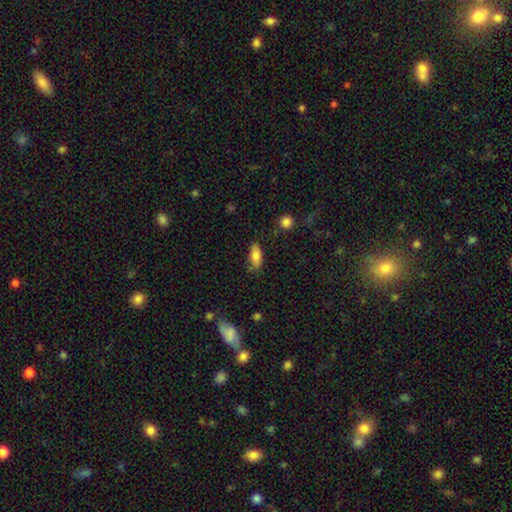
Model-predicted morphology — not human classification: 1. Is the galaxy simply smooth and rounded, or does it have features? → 81% smooth, 11% featured or disk, 8% star or artifact.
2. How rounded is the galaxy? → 85% in between, 11% cigar-shaped, 3% round.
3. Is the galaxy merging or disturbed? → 74% none, 19% minor disturbance, 4% major disturbance, 3% merger.